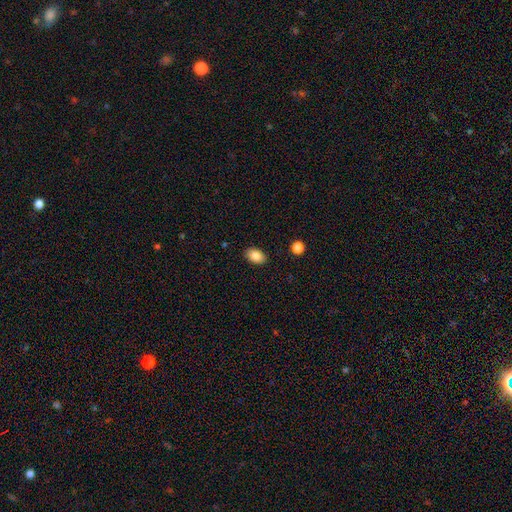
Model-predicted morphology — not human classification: smooth 84%, star or artifact 8%, featured or disk 8%. Down the decision tree: how rounded — in between (86%); merging — none (88%).